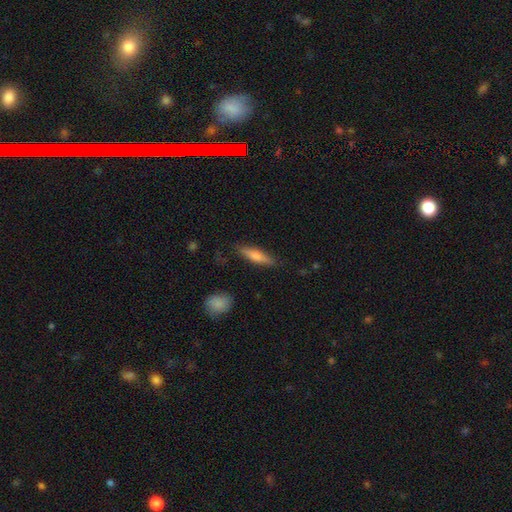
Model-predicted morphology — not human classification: Smooth or featured? Predicted: smooth (p=0.61). How rounded? Predicted: cigar-shaped (p=0.76). Merging? Predicted: none (p=0.84).